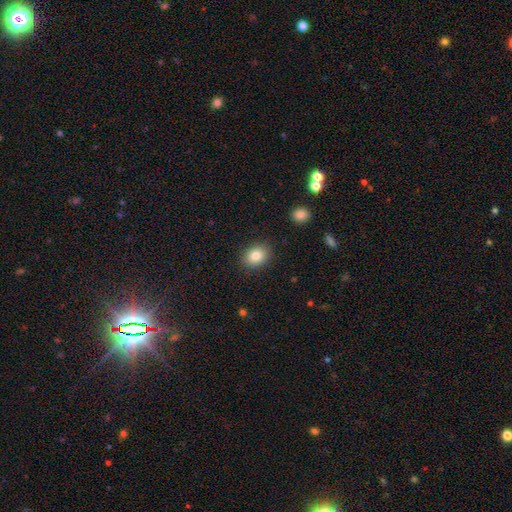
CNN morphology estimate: A smooth galaxy with no disk features (83%) that is in between round and cigar-shaped (60%). Merging: none (88%).